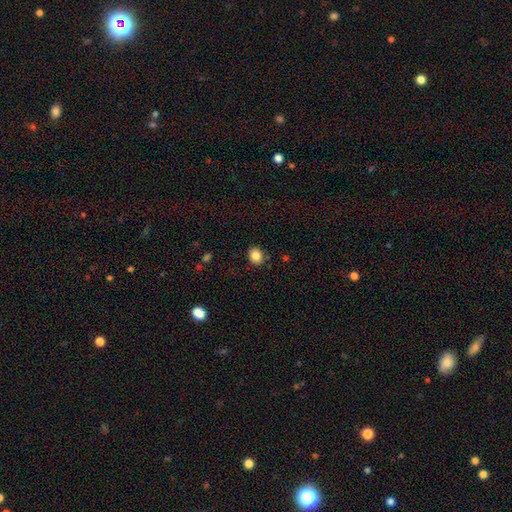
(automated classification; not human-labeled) This appears to be a smooth galaxy with no disk features (84%) that is round (65%). Merging: none (85%).